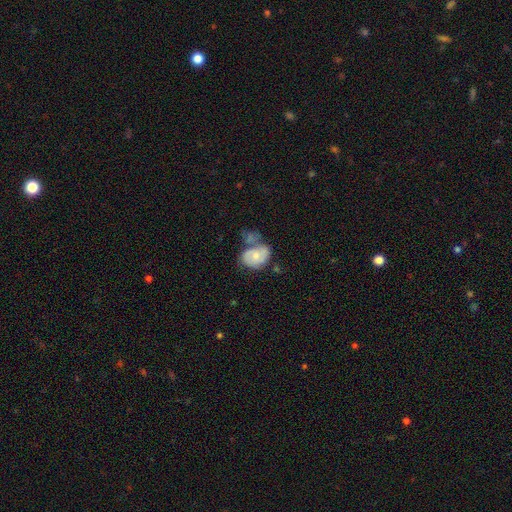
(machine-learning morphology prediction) smooth_or_featured: smooth (p=0.50) [alt: featured or disk p=0.43]
how_rounded: in between (p=0.68) [alt: round p=0.31]
merging: none (p=0.34) [alt: merger p=0.31]